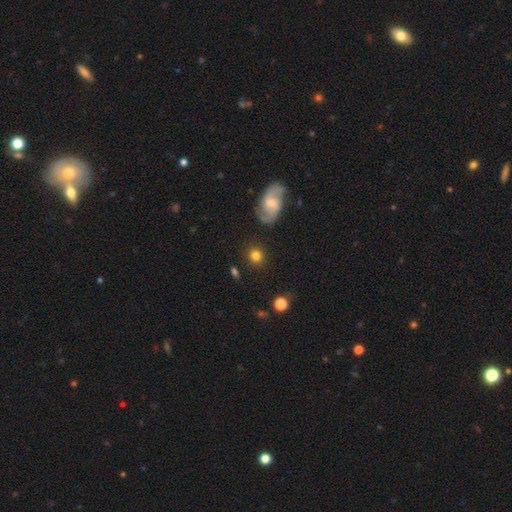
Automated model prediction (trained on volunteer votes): A smooth galaxy with no disk features (77%) that is round (88%).

Vote fractions:
- Smooth or featured? smooth: 77% / featured or disk: 13% / star or artifact: 10%
- How rounded? round: 88% / in between: 11% / cigar-shaped: 1%
- Merging? none: 86% / minor disturbance: 8% / major disturbance: 3% / merger: 3%